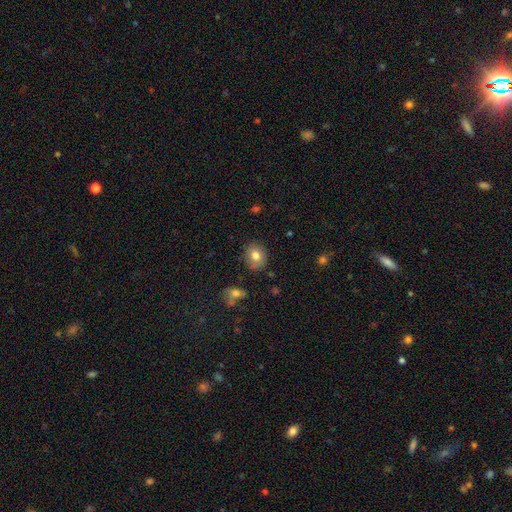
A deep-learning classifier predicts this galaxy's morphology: Overall: smooth (78%). How rounded: round (63%; in between 36%). Merging: none (82%).